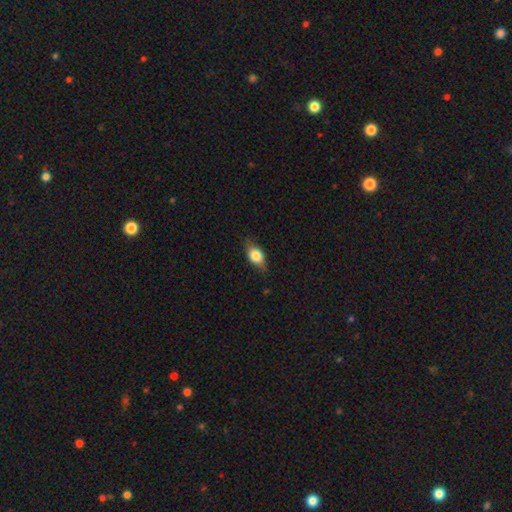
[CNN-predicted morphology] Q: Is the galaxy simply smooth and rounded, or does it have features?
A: smooth — 69%.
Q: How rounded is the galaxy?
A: in between — 77%.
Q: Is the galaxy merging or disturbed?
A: none — 75%.